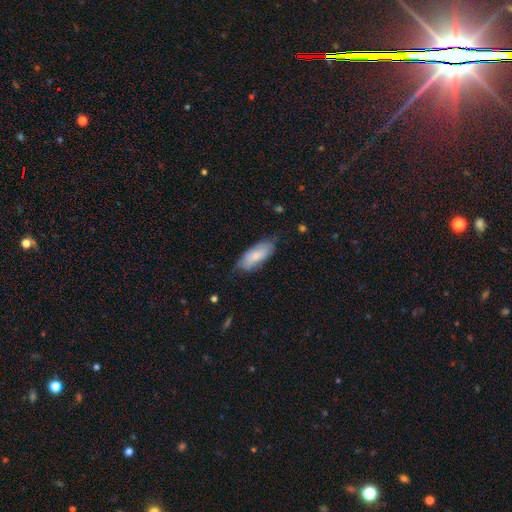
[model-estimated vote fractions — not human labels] A smooth galaxy with no disk features (73%) that is in between round and cigar-shaped (82%). Merging: none (64%).